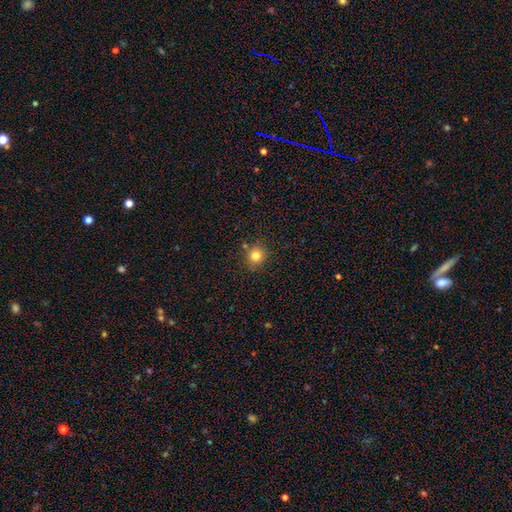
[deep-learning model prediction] This is likely a smooth galaxy (80%). How rounded: clearly round (89%). Merging: clearly none (84%).